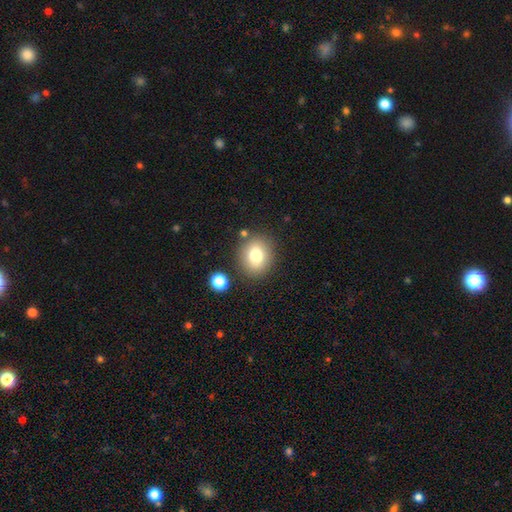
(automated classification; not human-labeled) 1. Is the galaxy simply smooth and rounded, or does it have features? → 78% smooth, 12% featured or disk, 11% star or artifact.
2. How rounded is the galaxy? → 64% round, 35% in between, 1% cigar-shaped.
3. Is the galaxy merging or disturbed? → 81% none, 10% minor disturbance, 5% merger, 3% major disturbance.